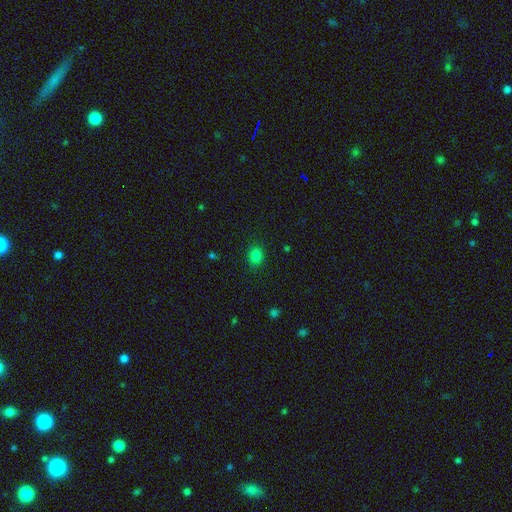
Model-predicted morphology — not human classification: Smooth or featured?
  - smooth: 82% *
  - star or artifact: 14%
  - featured or disk: 4%
How rounded?
  - round: 62% *
  - in between: 37%
  - cigar-shaped: 1%
Merging?
  - none: 87% *
  - minor disturbance: 9%
  - major disturbance: 3%
  - merger: 1%